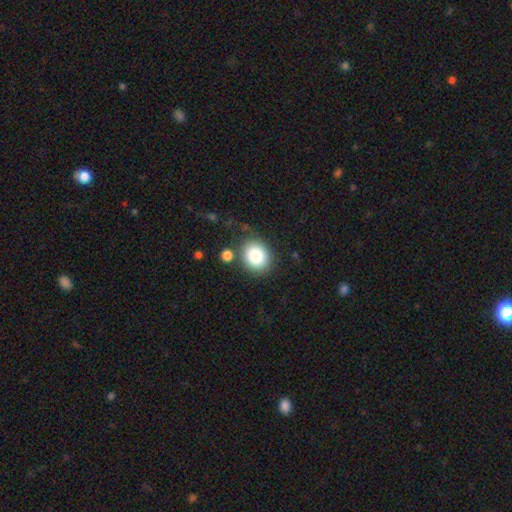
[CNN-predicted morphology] type=smooth (83%); roundness=round (64%); merging=none (78%).